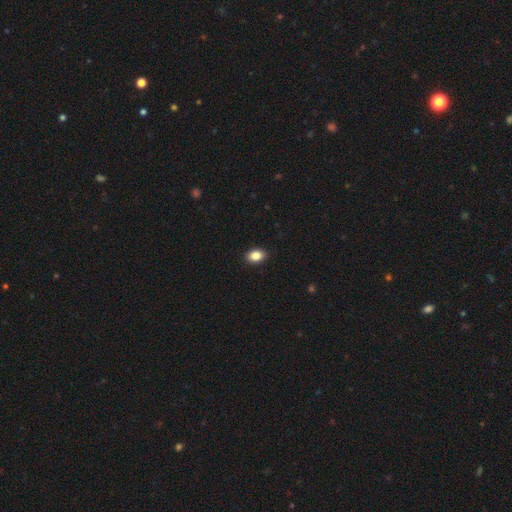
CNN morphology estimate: Smooth or featured? Predicted: smooth (p=0.87). How rounded? Predicted: in between (p=0.80). Merging? Predicted: none (p=0.91).